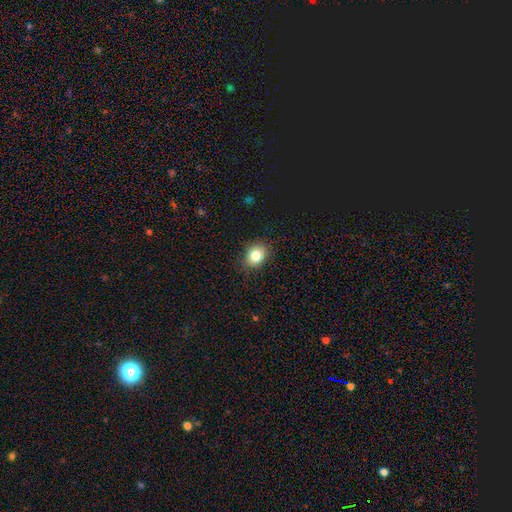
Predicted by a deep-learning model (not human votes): Smooth or featured?
  - smooth: 82% *
  - star or artifact: 10%
  - featured or disk: 8%
How rounded?
  - round: 51% *
  - in between: 48%
  - cigar-shaped: 1%
Merging?
  - none: 85% *
  - minor disturbance: 11%
  - major disturbance: 3%
  - merger: 1%